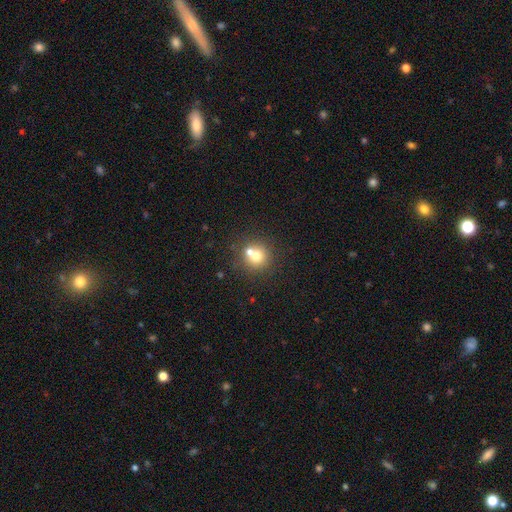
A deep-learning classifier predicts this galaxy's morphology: Q: Smooth or featured?
A: smooth (69%); runner-up: featured or disk (17%)
Q: How rounded?
A: round (91%); runner-up: in between (8%)
Q: Merging?
A: none (56%); runner-up: merger (35%)